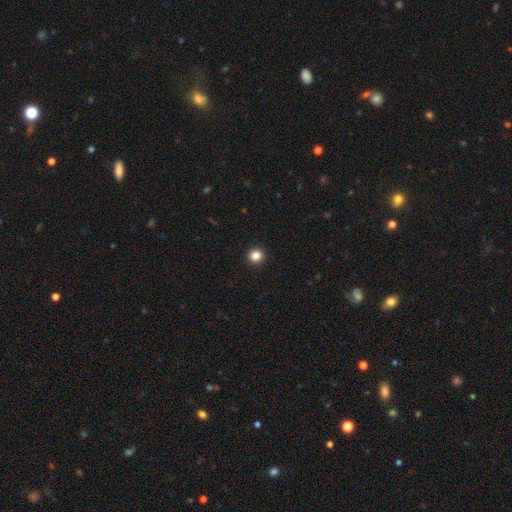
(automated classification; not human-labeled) smooth_or_featured: smooth (p=0.84) [alt: star or artifact p=0.12]
how_rounded: round (p=0.93) [alt: in between p=0.06]
merging: none (p=0.93) [alt: minor disturbance p=0.04]